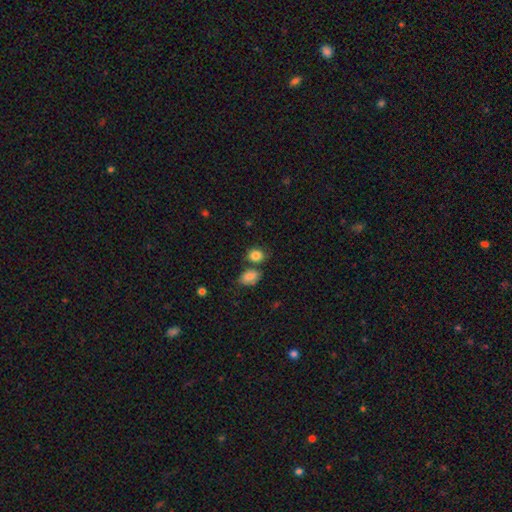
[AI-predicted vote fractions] smooth_or_featured: smooth (p=0.85) [alt: star or artifact p=0.09]
how_rounded: round (p=0.52) [alt: in between p=0.47]
merging: none (p=0.62) [alt: merger p=0.20]